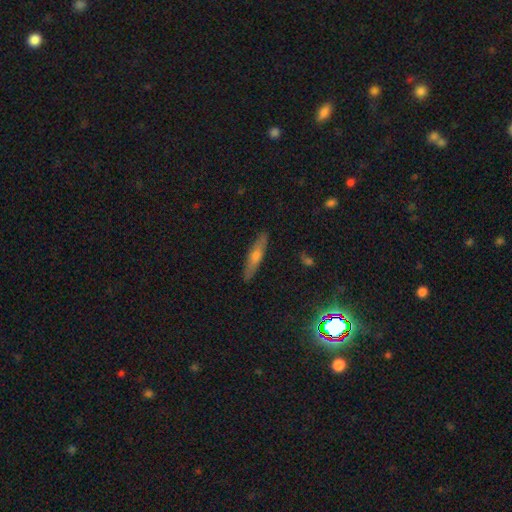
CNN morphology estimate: smooth_or_featured: smooth (p=0.48) [alt: featured or disk p=0.44]
merging: none (p=0.89) [alt: minor disturbance p=0.08]